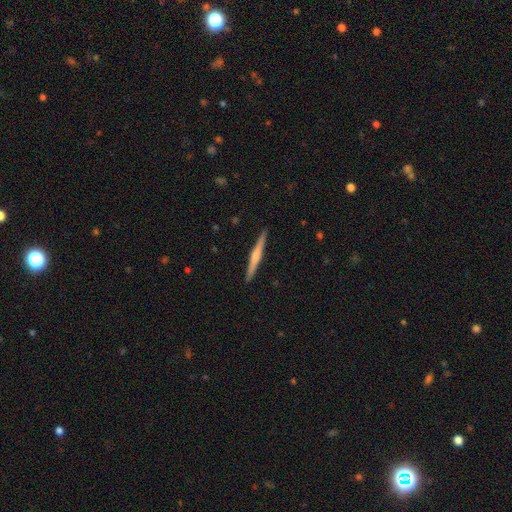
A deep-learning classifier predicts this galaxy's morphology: smooth_or_featured: featured or disk (p=0.65) [alt: smooth p=0.30]
disk_edge_on: yes (p=0.98) [alt: no p=0.02]
edge_on_bulge: rounded (p=0.75) [alt: none p=0.16]
merging: none (p=0.92) [alt: minor disturbance p=0.06]